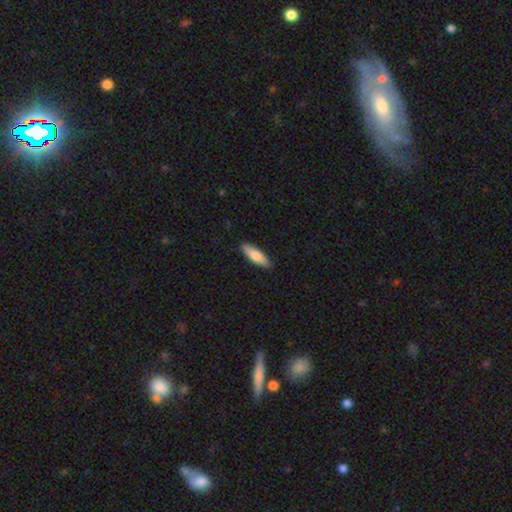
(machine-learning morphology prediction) A smooth galaxy with no disk features (75%) that is cigar-shaped (60%).

Vote fractions:
- Smooth or featured? smooth: 75% / featured or disk: 20% / star or artifact: 5%
- How rounded? cigar-shaped: 60% / in between: 38% / round: 2%
- Merging? none: 90% / minor disturbance: 8% / major disturbance: 2% / merger: 1%